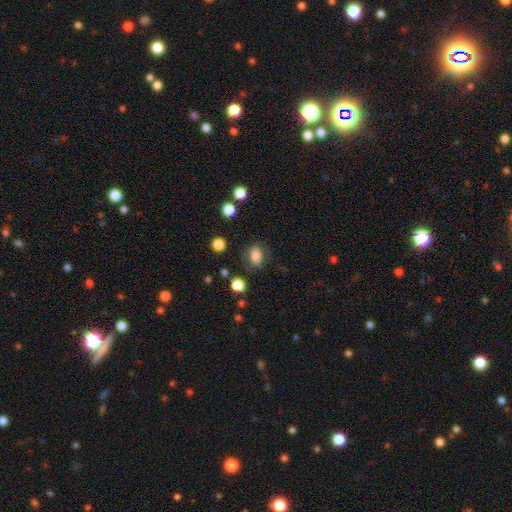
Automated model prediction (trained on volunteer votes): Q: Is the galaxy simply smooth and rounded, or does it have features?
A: smooth — 81%.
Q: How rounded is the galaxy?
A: in between — 74%.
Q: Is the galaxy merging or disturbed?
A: none — 77%.